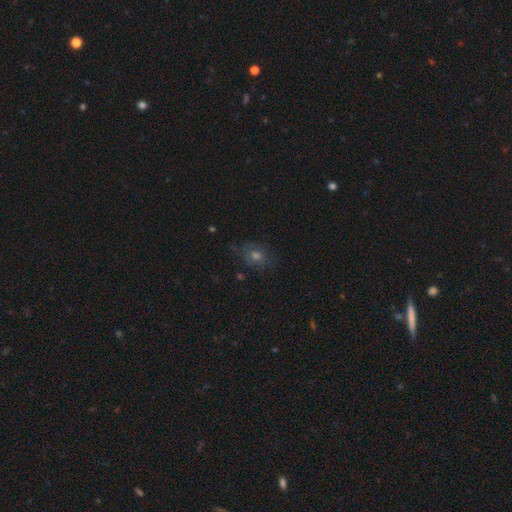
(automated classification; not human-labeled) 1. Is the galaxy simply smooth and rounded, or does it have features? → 47% smooth, 27% star or artifact, 26% featured or disk.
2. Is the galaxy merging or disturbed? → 74% none, 17% minor disturbance, 7% major disturbance, 2% merger.